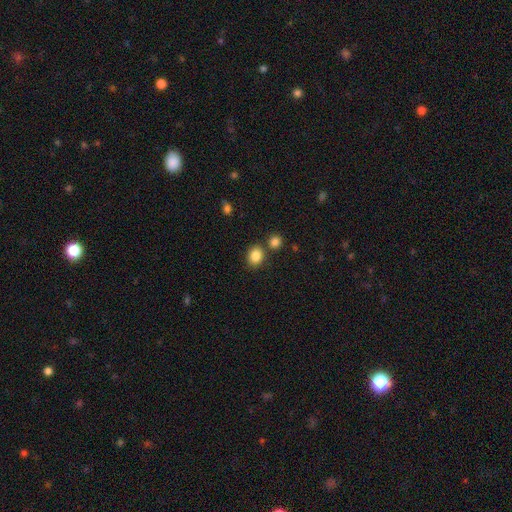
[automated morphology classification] Q: Smooth or featured?
A: smooth (86%); runner-up: star or artifact (10%)
Q: How rounded?
A: round (57%); runner-up: in between (42%)
Q: Merging?
A: none (73%); runner-up: merger (13%)